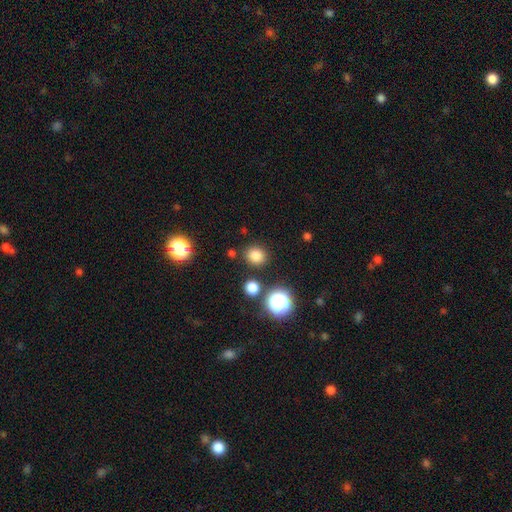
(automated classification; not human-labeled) The model was most divided on "how rounded": round: 78%, in between: 21%, cigar-shaped: 1%. More confident: merging — none (85%); smooth or featured — smooth (80%).